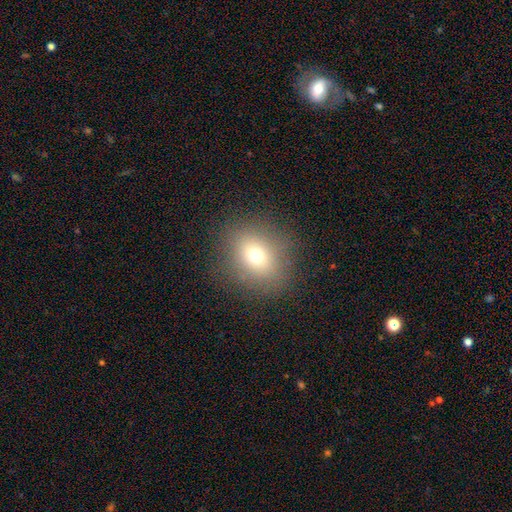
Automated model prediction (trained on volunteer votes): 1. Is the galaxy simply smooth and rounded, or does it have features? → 70% smooth, 16% star or artifact, 14% featured or disk.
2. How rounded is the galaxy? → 67% round, 32% in between, 1% cigar-shaped.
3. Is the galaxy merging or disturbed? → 85% none, 9% minor disturbance, 5% major disturbance, 1% merger.